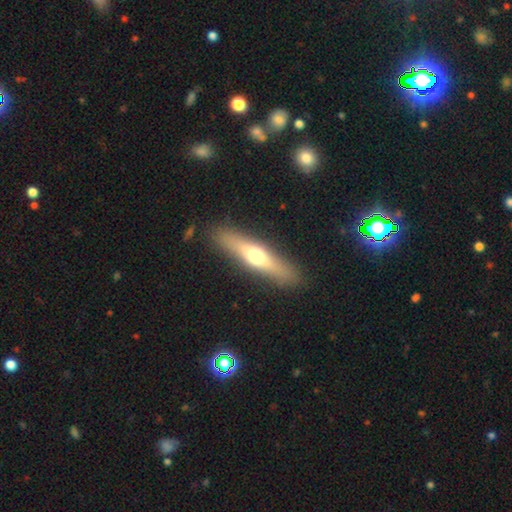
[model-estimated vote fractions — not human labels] This is possibly a smooth galaxy (50%). Merging: clearly none (88%).